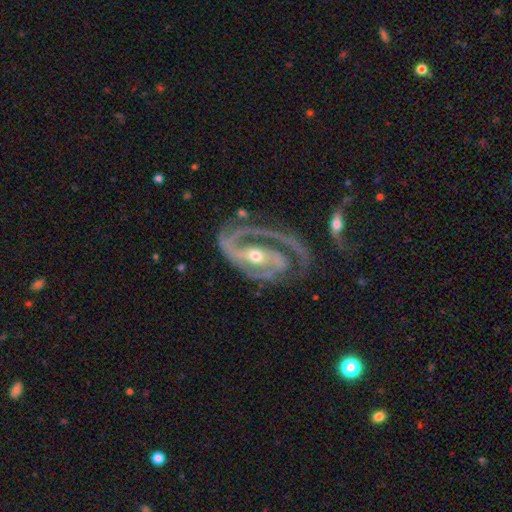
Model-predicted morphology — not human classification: featured or disk 93%, star or artifact 4%, smooth 3%. Down the decision tree: edge-on disk — no (97%); bar — strong (45%); spiral arms — yes (97%); spiral arm count — 2 (78%); spiral winding — medium (45%); bulge size — moderate (59%); merging — none (56%).